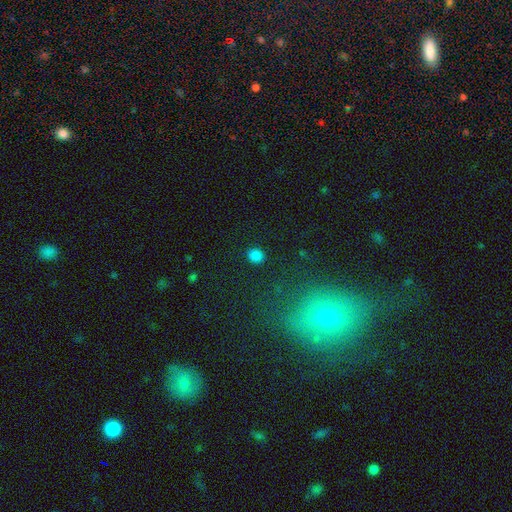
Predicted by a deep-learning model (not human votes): This appears to be a smooth galaxy with no disk features (83%) that is round (84%). Merging: none (90%).